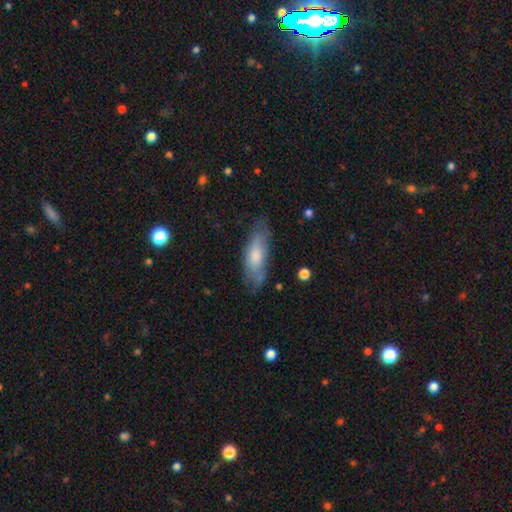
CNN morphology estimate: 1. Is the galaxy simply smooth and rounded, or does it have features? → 68% smooth, 26% featured or disk, 6% star or artifact.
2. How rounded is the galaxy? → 66% in between, 32% cigar-shaped, 2% round.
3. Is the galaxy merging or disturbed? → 66% none, 24% minor disturbance, 8% major disturbance, 2% merger.